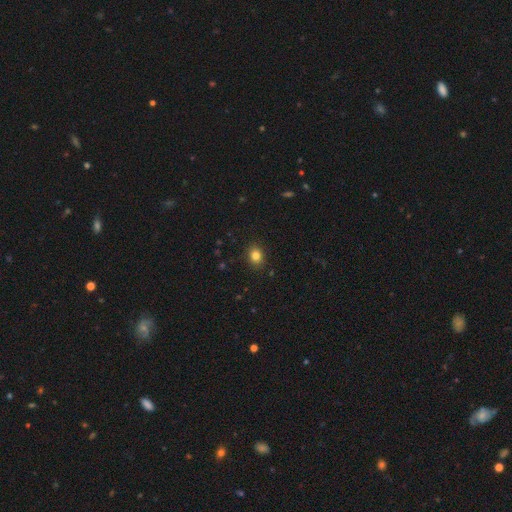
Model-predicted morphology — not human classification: smooth-or-featured: smooth: 82% | star or artifact: 12% | featured or disk: 6%
  how-rounded: round: 54% | in between: 45% | cigar-shaped: 1%
  merging: none: 89% | minor disturbance: 7% | major disturbance: 2% | merger: 1%